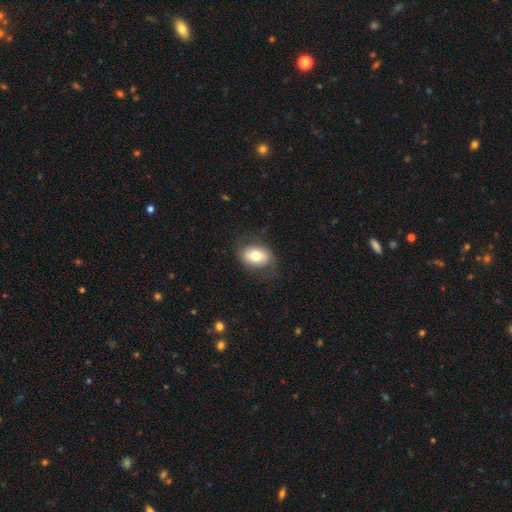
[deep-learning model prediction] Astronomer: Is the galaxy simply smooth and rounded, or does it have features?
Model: smooth — 70%.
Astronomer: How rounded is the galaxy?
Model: in between — 71%.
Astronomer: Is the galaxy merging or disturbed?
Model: none — 74%.